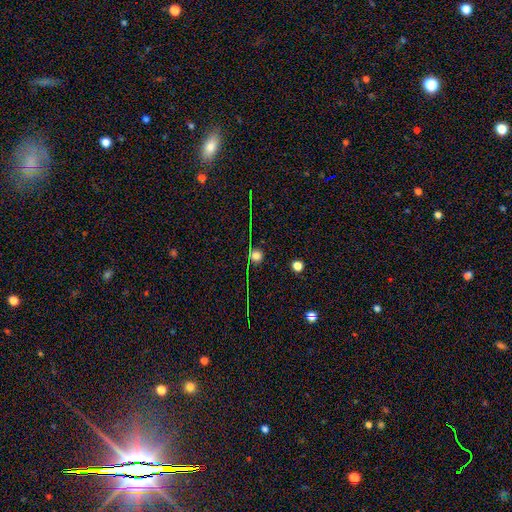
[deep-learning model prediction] smooth 59%, star or artifact 32%, featured or disk 9%. Down the decision tree: how rounded — round (91%); merging — none (83%).